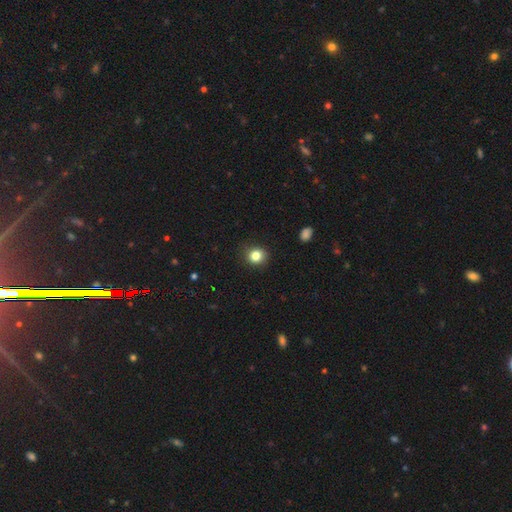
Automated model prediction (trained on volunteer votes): A smooth galaxy with no disk features (83%) that is round (81%). Merging: none (88%).